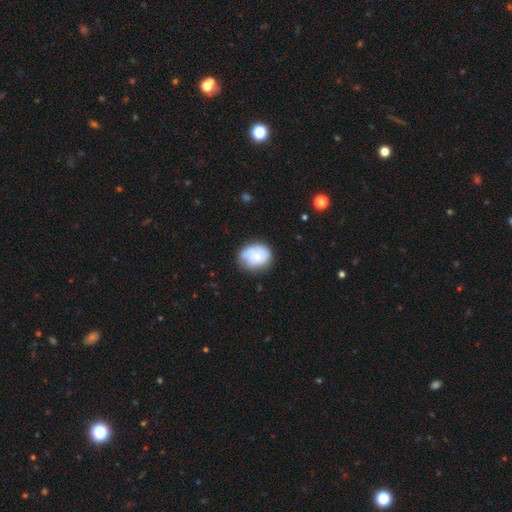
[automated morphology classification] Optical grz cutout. It shows a smooth galaxy with no disk features (55%) that is round (58%). Merging: none (59%).